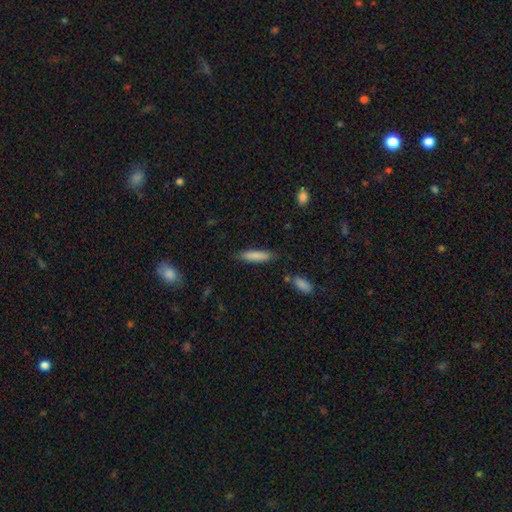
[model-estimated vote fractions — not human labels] smooth 83%, featured or disk 11%, star or artifact 6%. Down the decision tree: how rounded — cigar-shaped (75%); merging — none (80%).